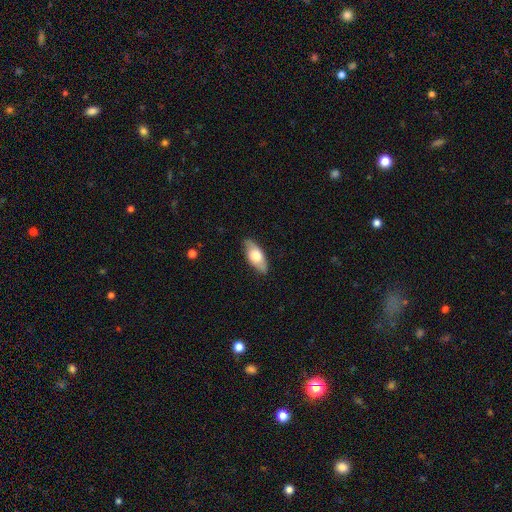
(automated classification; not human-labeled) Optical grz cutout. It shows a smooth galaxy with no disk features (59%) that is in between round and cigar-shaped (82%). Merging: none (84%).